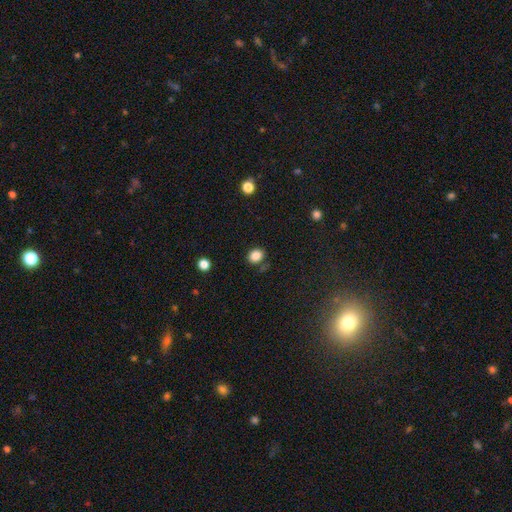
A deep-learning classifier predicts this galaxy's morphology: smooth 85%, star or artifact 11%, featured or disk 4%. Down the decision tree: how rounded — round (58%); merging — none (80%).